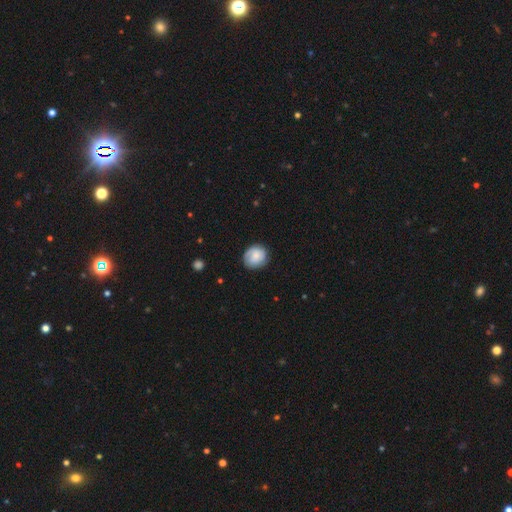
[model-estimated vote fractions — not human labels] smooth 69%, featured or disk 24%, star or artifact 7%. Down the decision tree: how rounded — round (77%); merging — none (78%).